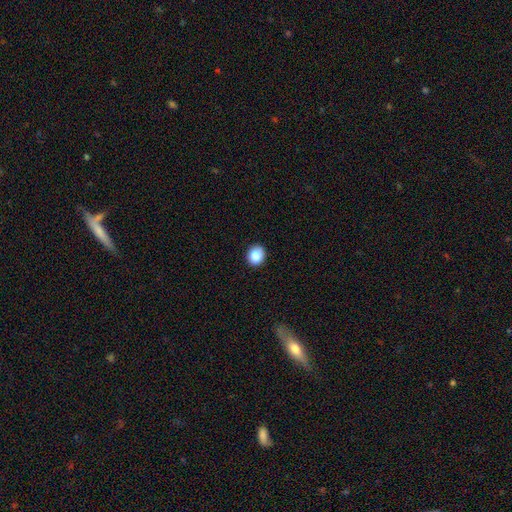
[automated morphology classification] The model was most divided on "how rounded": round: 69%, in between: 30%, cigar-shaped: 1%. More confident: smooth or featured — smooth (88%); merging — none (87%).